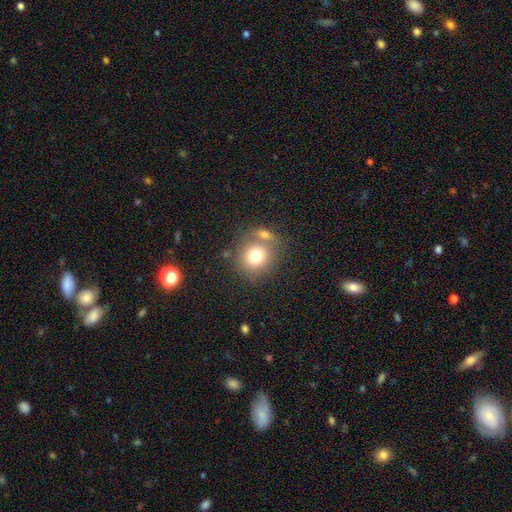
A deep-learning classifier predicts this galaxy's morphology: Smooth or featured? Predicted: smooth (p=0.74). How rounded? Predicted: round (p=0.83). Merging? Predicted: none (p=0.56).